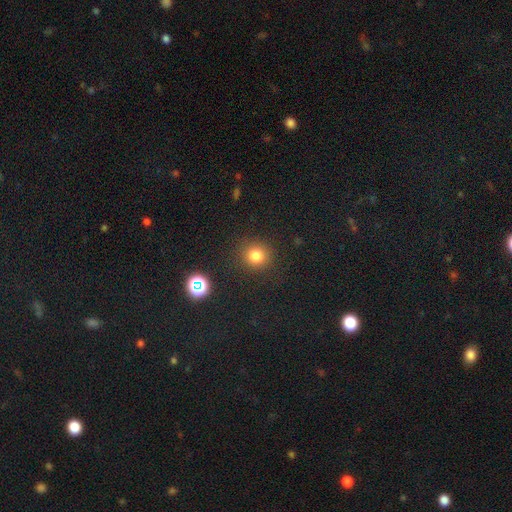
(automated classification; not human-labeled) smooth_or_featured: smooth (p=0.79) [alt: star or artifact p=0.15]
how_rounded: round (p=0.90) [alt: in between p=0.09]
merging: none (p=0.88) [alt: minor disturbance p=0.07]